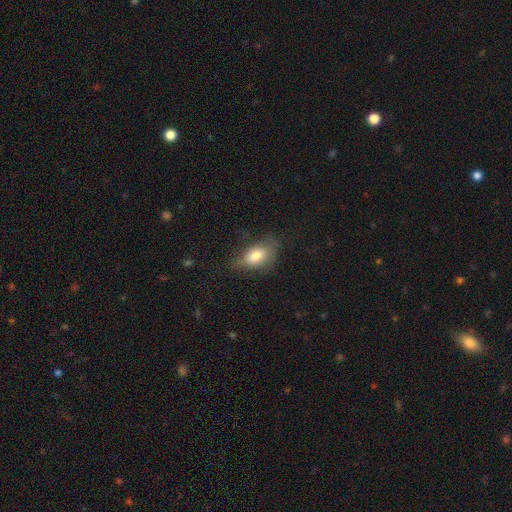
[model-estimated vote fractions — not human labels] Overall: smooth (78%). How rounded: in between (88%). Merging: none (58%; minor disturbance 28%).